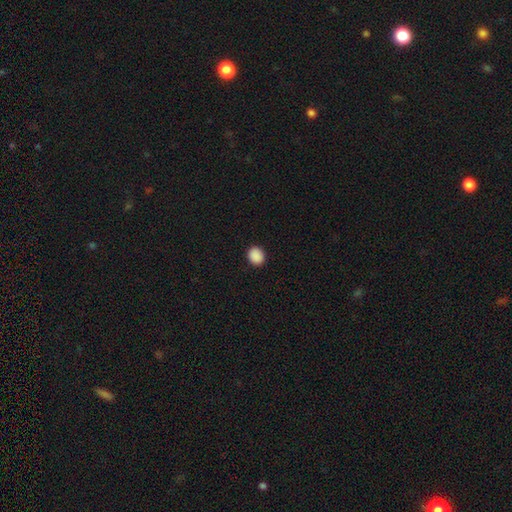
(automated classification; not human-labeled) The model was most divided on "how rounded": round: 65%, in between: 34%, cigar-shaped: 1%. More confident: merging — none (91%); smooth or featured — smooth (90%).